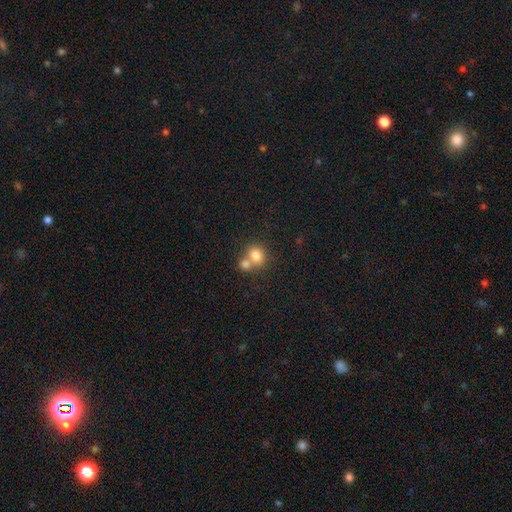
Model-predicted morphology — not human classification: Smooth or featured?
  - smooth: 79% *
  - featured or disk: 11%
  - star or artifact: 10%
How rounded?
  - round: 62% *
  - in between: 37%
  - cigar-shaped: 1%
Merging?
  - merger: 55% *
  - none: 34%
  - minor disturbance: 7%
  - major disturbance: 3%